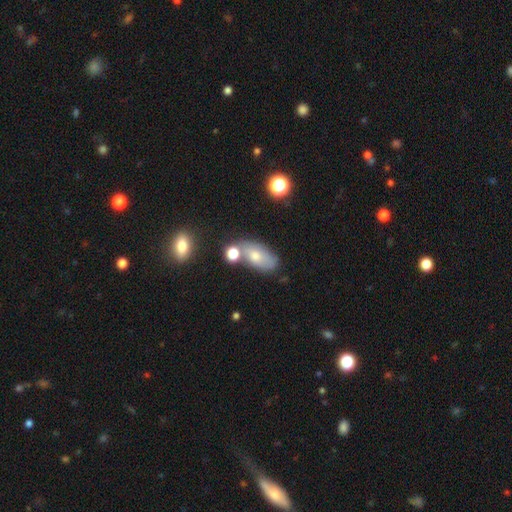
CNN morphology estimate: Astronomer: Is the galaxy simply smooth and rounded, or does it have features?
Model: smooth — 66%.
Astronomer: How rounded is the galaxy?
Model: in between — 88%.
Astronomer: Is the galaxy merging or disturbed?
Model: none — 49%.